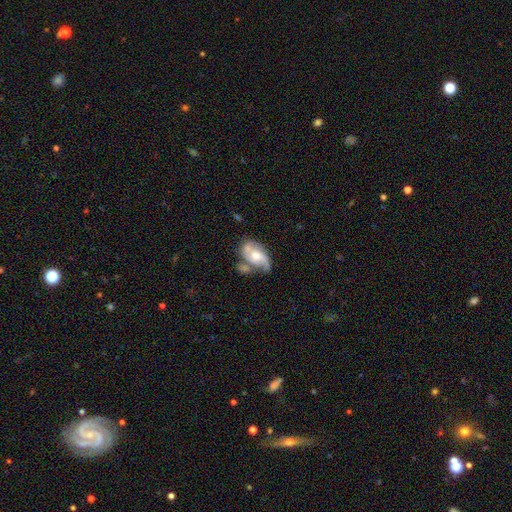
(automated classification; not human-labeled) smooth-or-featured: featured or disk: 70% | smooth: 23% | star or artifact: 7%
  disk-edge-on: no: 96% | yes: 4%
    bar: no: 64% | weak: 30% | strong: 7%
    has-spiral-arms: yes: 86% | no: 14%
      spiral-winding: medium: 44% | loose: 37% | tight: 18%
      spiral-arm-count: 2: 69% | can't tell: 12% | 3: 11% | 1: 5% | 4: 2% | more than 4: 2%
    bulge-size: moderate: 65% | small: 19% | large: 12% | none: 3% | dominant: 2%
  merging: none: 38% | merger: 24% | minor disturbance: 23% | major disturbance: 15%